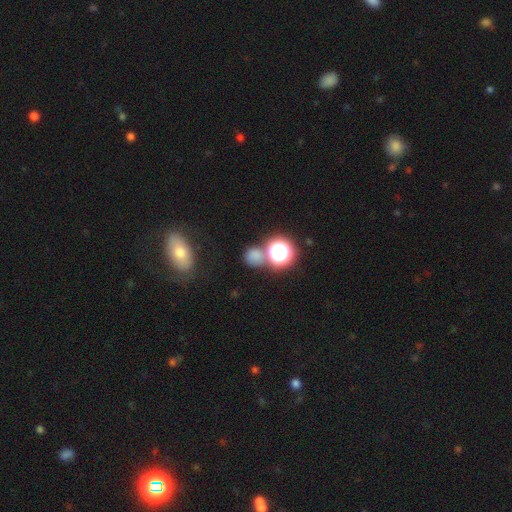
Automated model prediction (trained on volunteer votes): Smooth or featured: smooth — 65% (star or artifact — 28%)
How rounded: round — 83% (in between — 16%)
Merging: none — 65% (merger — 20%)